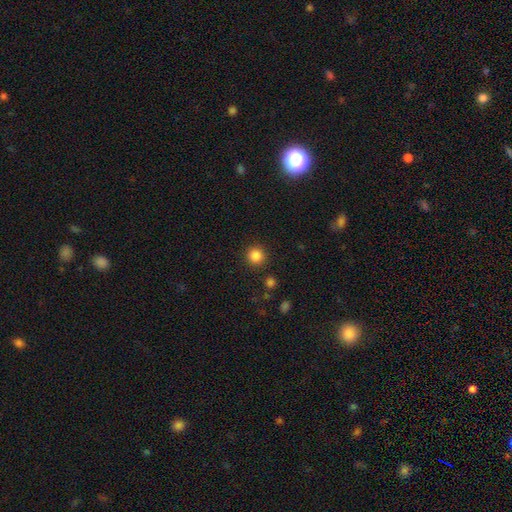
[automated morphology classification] Smooth or featured?
  - smooth: 86% *
  - star or artifact: 11%
  - featured or disk: 3%
How rounded?
  - round: 93% *
  - in between: 6%
  - cigar-shaped: 1%
Merging?
  - none: 91% *
  - minor disturbance: 5%
  - major disturbance: 2%
  - merger: 2%